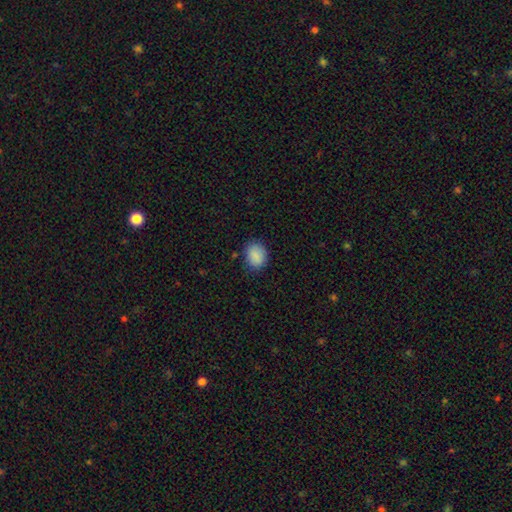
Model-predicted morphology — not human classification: Smooth or featured? Predicted: smooth (p=0.88). How rounded? Predicted: in between (p=0.57). Merging? Predicted: none (p=0.81).